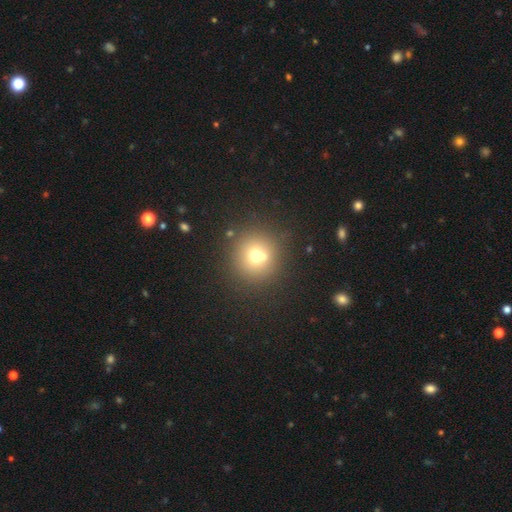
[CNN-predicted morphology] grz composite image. It shows a smooth galaxy with no disk features (66%) that is round (92%). Merging: none (60%).